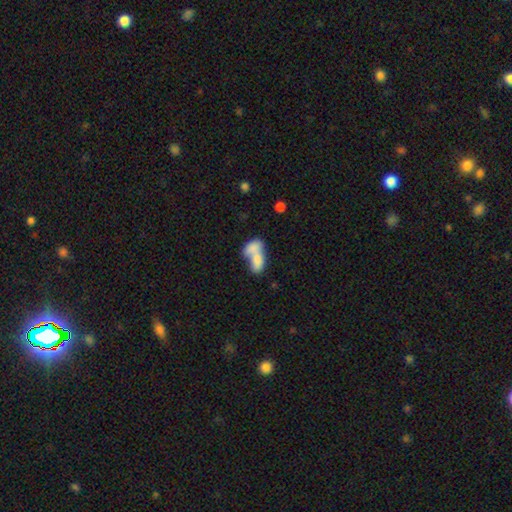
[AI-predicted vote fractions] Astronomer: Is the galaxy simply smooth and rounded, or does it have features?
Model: smooth — 75%.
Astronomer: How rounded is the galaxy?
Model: in between — 86%.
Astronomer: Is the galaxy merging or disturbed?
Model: merger — 75%.